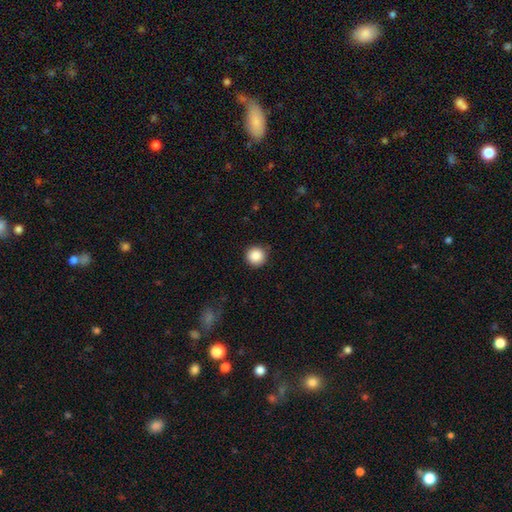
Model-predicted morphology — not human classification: type=smooth (88%); roundness=round (96%); merging=none (89%).